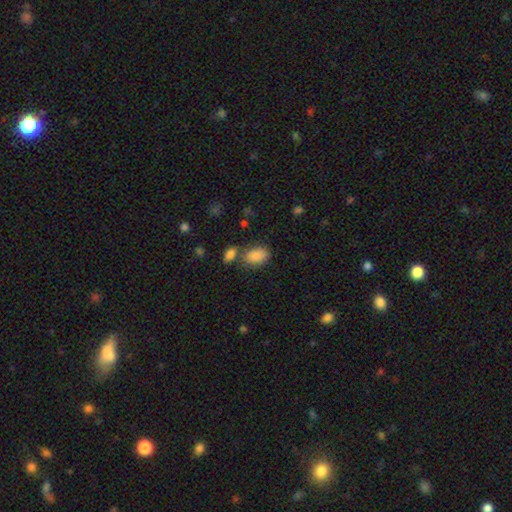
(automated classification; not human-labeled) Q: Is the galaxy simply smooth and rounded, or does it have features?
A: smooth — 87%.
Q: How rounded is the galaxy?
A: in between — 88%.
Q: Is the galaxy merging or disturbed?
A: none — 60%.